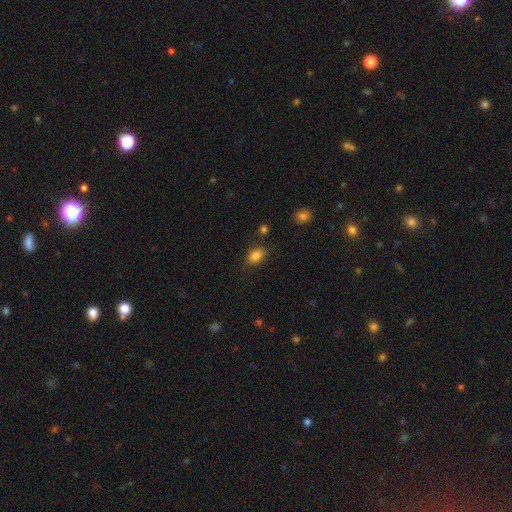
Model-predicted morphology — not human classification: type=smooth (84%); roundness=in between (82%); merging=none (79%).